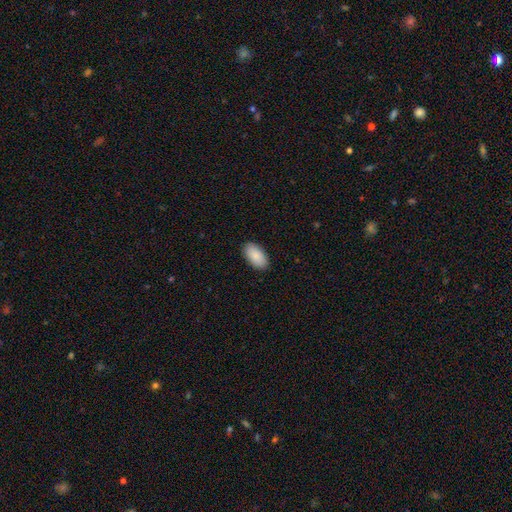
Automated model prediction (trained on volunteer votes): Smooth or featured?
  - smooth: 89% *
  - star or artifact: 6%
  - featured or disk: 5%
How rounded?
  - in between: 96% *
  - round: 2%
  - cigar-shaped: 2%
Merging?
  - none: 89% *
  - minor disturbance: 8%
  - major disturbance: 2%
  - merger: 1%